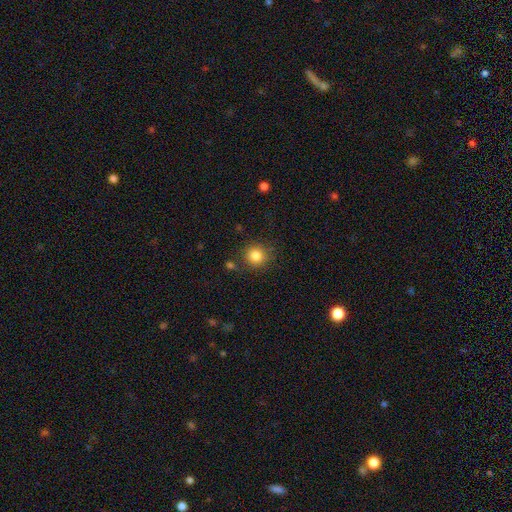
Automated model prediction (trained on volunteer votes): Q: Smooth or featured?
A: smooth (84%); runner-up: star or artifact (11%)
Q: How rounded?
A: round (91%); runner-up: in between (8%)
Q: Merging?
A: none (83%); runner-up: minor disturbance (10%)